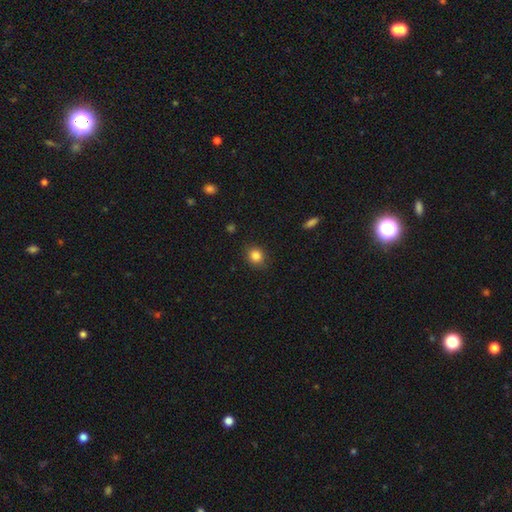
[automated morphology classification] Smooth or featured? smooth (84%)
How rounded? round (79%)
Merging? none (87%)